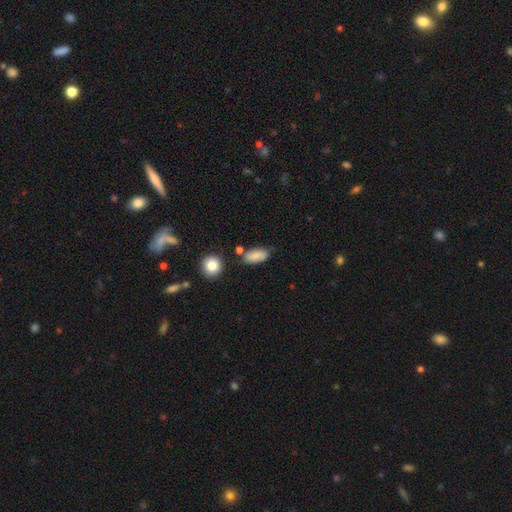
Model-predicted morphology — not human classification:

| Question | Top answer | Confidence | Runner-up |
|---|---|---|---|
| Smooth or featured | smooth | 79% | featured or disk (13%) |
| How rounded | in between | 88% | round (6%) |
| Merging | none | 68% | minor disturbance (20%) |